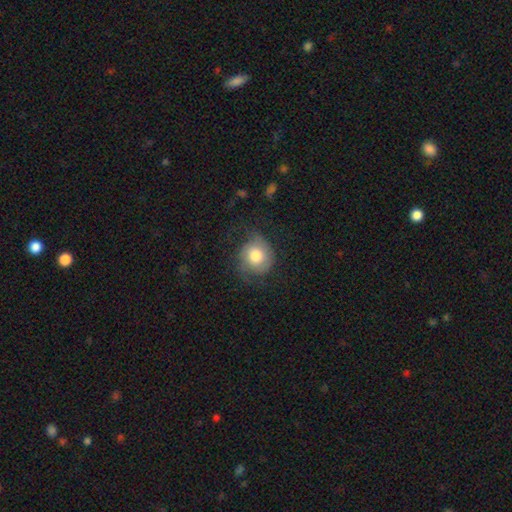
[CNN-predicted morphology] This appears to be a smooth galaxy with no disk features (61%) that is round (82%). Merging: none (55%).